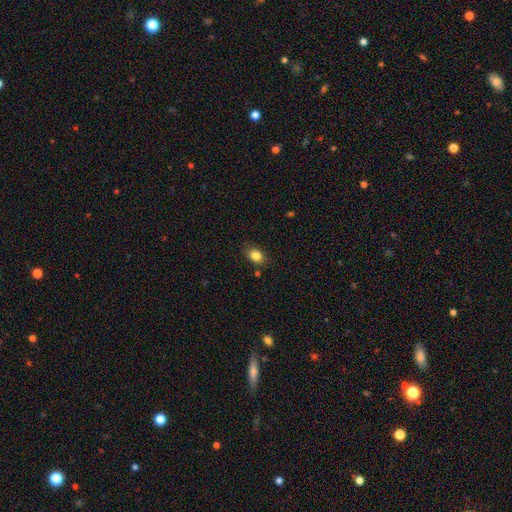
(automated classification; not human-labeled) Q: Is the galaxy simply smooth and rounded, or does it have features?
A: smooth — 84%.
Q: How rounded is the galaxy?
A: in between — 69%.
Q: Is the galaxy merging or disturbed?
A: none — 80%.